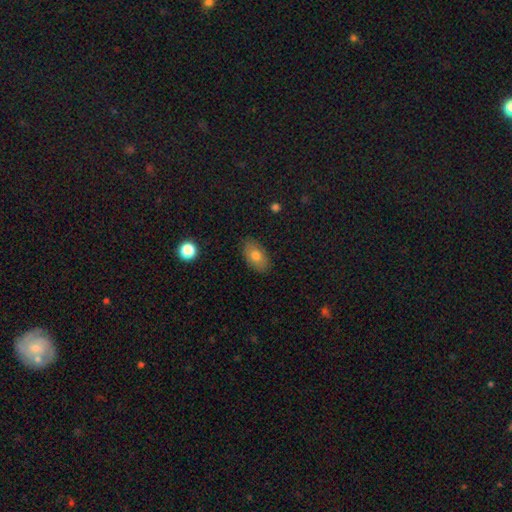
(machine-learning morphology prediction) Smooth or featured: smooth — 75% (featured or disk — 17%)
How rounded: in between — 91% (round — 8%)
Merging: none — 84% (minor disturbance — 12%)